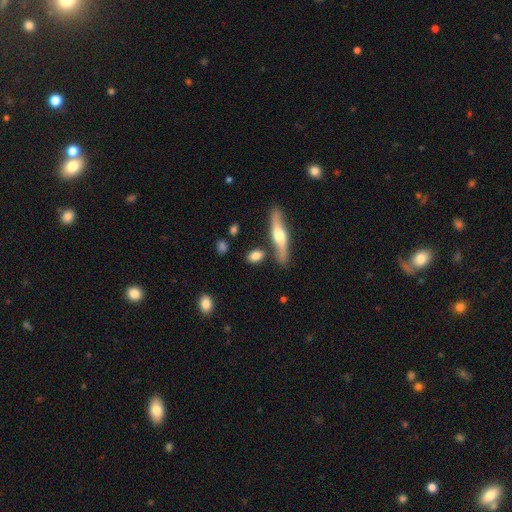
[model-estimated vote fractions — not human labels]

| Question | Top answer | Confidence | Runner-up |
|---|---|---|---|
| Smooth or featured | smooth | 69% | featured or disk (24%) |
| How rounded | in between | 62% | cigar-shaped (23%) |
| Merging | none | 75% | minor disturbance (12%) |